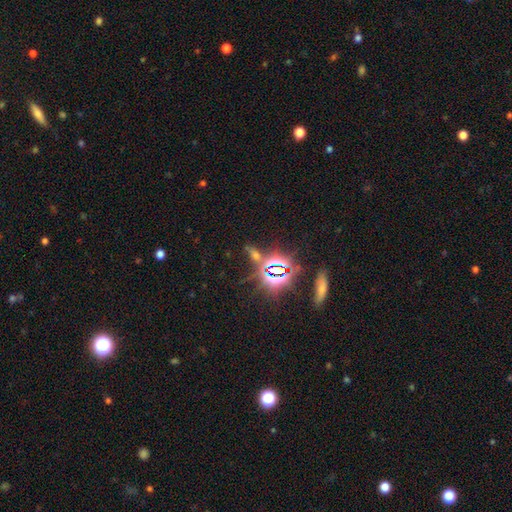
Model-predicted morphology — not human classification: Q: Smooth or featured?
A: star or artifact (64%); runner-up: smooth (24%)